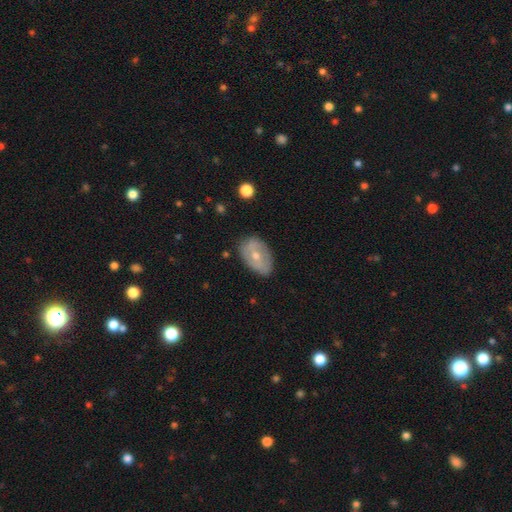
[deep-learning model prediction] Smooth or featured?
  - featured or disk: 52% *
  - smooth: 41%
  - star or artifact: 7%
Edge-on disk?
  - no: 91% *
  - yes: 9%
Merging?
  - none: 77% *
  - minor disturbance: 18%
  - major disturbance: 4%
  - merger: 1%